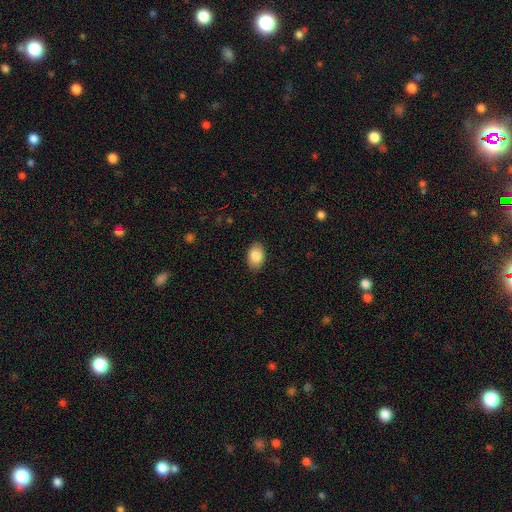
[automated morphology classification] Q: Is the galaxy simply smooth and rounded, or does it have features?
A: smooth — 86%.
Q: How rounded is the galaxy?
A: in between — 85%.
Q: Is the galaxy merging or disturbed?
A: none — 87%.